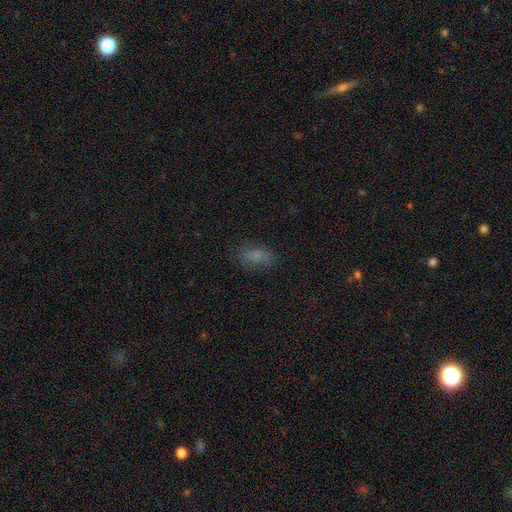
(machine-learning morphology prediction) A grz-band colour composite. It shows a smooth galaxy with no disk features (77%) that is in between round and cigar-shaped (87%). Merging: none (76%).